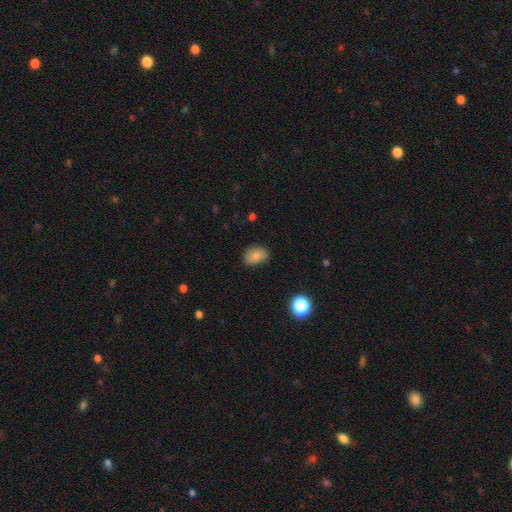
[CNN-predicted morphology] Smooth or featured? smooth (83%)
How rounded? in between (76%)
Merging? none (77%)